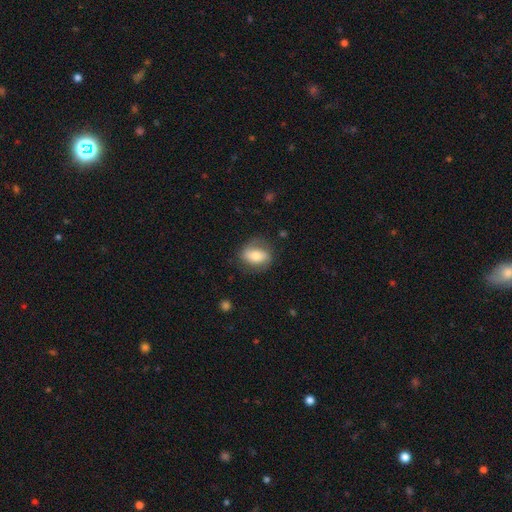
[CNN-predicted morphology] Smooth or featured? smooth (50%)
How rounded? in between (66%)
Merging? none (73%)